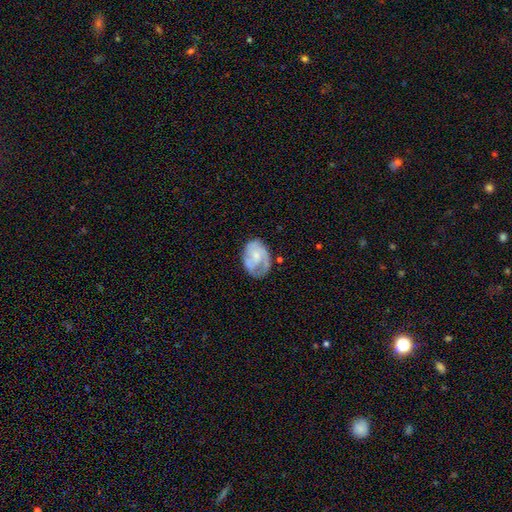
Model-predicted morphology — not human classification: The model was most divided on "spiral winding" (2-way tie): tight: 41%, medium: 41%, loose: 18%. Remaining: edge-on disk — no (98%); spiral arms — yes (83%); bar — no (73%); smooth or featured — featured or disk (65%); bulge size — small (55%); merging — none (52%); spiral arm count — 2 (35%).